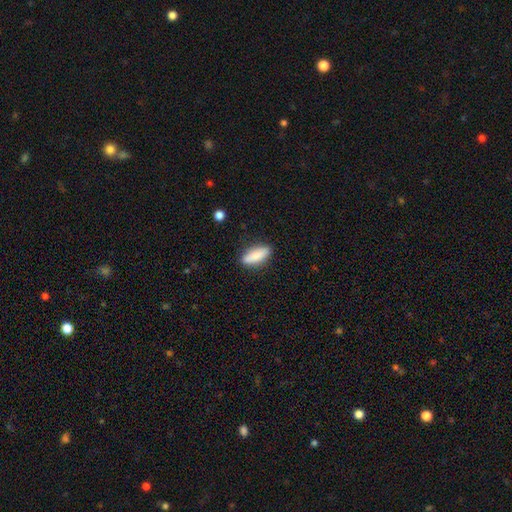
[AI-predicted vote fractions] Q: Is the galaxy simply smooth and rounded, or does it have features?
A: smooth — 83%.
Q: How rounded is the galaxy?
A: in between — 63%.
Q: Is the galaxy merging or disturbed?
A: none — 86%.